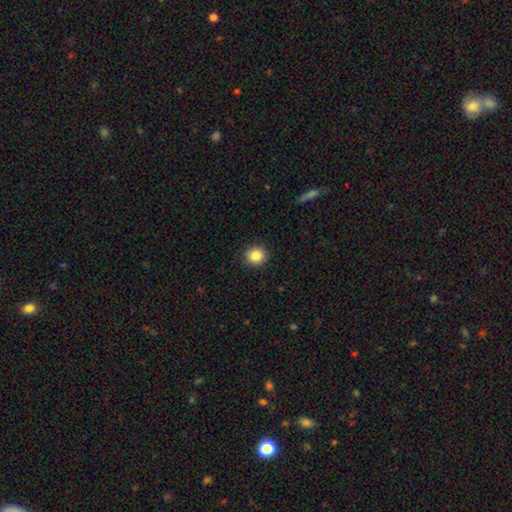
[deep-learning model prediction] Morphology: type=smooth (86%); roundness=round (91%); merging=none (92%).